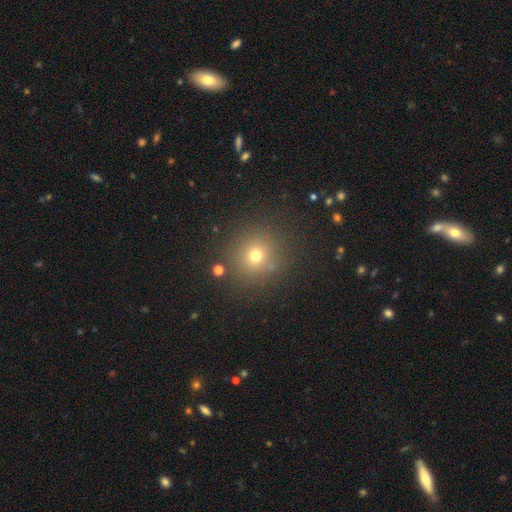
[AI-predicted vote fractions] Smooth or featured? Predicted: smooth (p=0.69). How rounded? Predicted: round (p=0.91). Merging? Predicted: none (p=0.84).